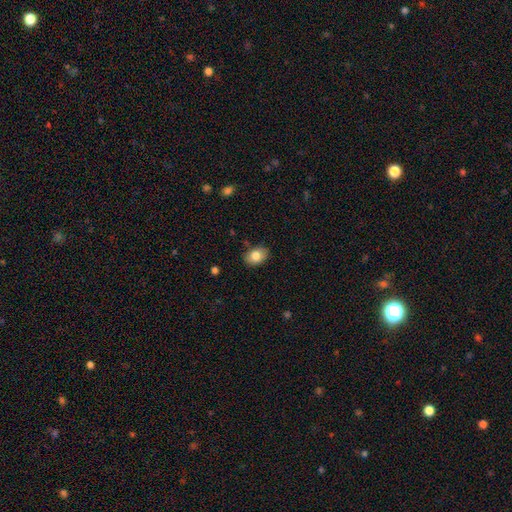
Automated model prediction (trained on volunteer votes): Q: Smooth or featured?
A: smooth (82%); runner-up: featured or disk (11%)
Q: How rounded?
A: in between (78%); runner-up: round (21%)
Q: Merging?
A: none (84%); runner-up: minor disturbance (12%)